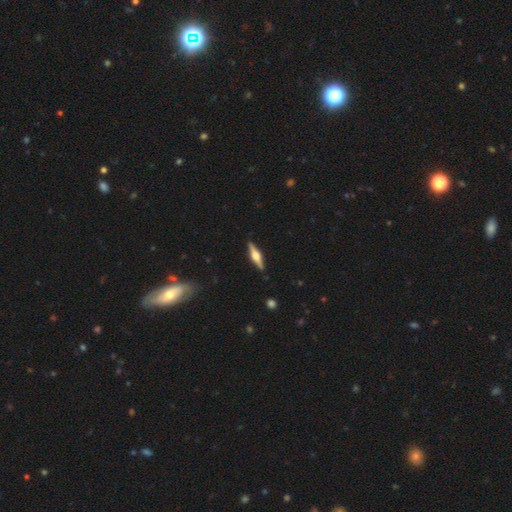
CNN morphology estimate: Smooth or featured: featured or disk — 72% (smooth — 23%)
Edge-on disk: yes — 98% (no — 2%)
Edge-on bulge: rounded — 92% (boxy — 6%)
Merging: none — 90% (minor disturbance — 7%)